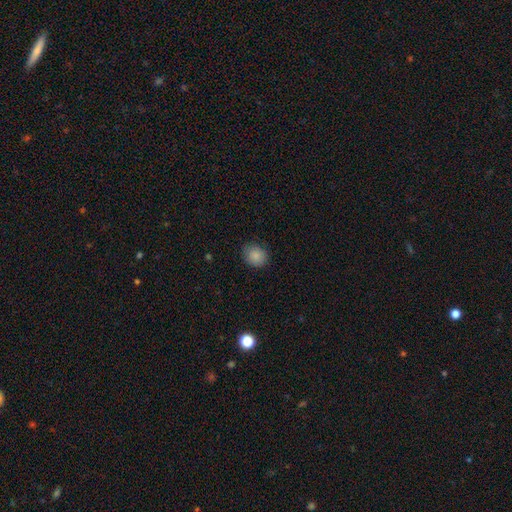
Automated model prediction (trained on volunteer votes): Smooth or featured? Predicted: smooth (p=0.86). How rounded? Predicted: round (p=0.63). Merging? Predicted: none (p=0.81).